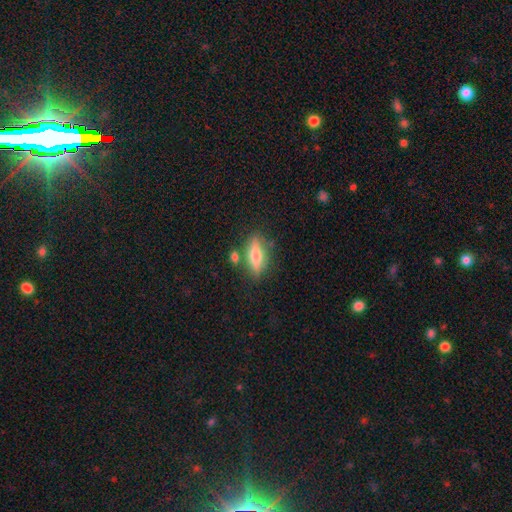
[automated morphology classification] Smooth or featured?
  - smooth: 56% *
  - featured or disk: 37%
  - star or artifact: 8%
How rounded?
  - in between: 52% *
  - cigar-shaped: 44%
  - round: 4%
Merging?
  - none: 75% *
  - minor disturbance: 14%
  - merger: 7%
  - major disturbance: 4%